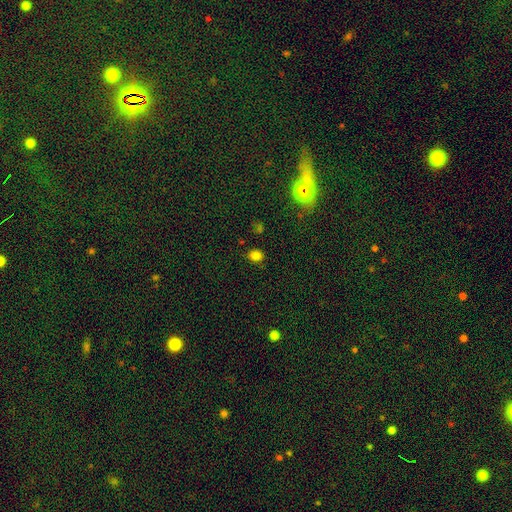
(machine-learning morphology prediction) type=smooth (79%); roundness=round (63%); merging=none (83%).